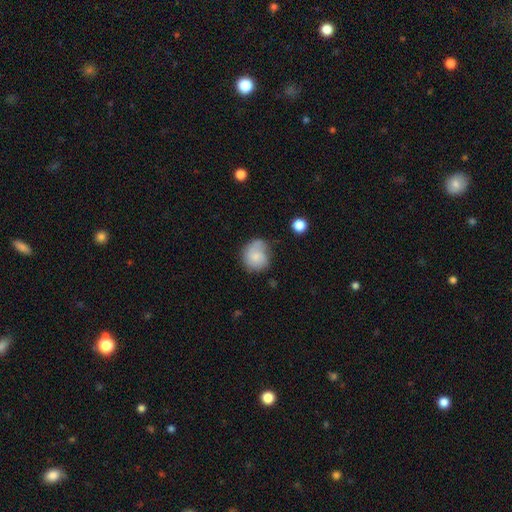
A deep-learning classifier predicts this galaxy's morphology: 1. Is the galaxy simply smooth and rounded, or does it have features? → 68% smooth, 25% featured or disk, 8% star or artifact.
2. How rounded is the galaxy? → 77% round, 22% in between, 1% cigar-shaped.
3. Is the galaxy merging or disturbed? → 50% none, 32% minor disturbance, 13% major disturbance, 4% merger.